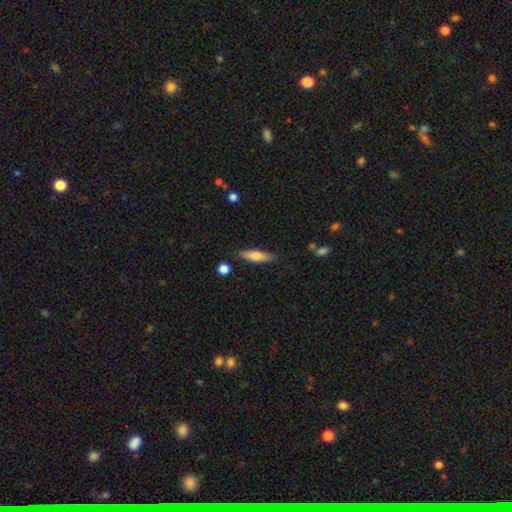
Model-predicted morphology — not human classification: This appears to be a smooth galaxy with no disk features (65%) that is cigar-shaped (65%). Merging: none (84%).